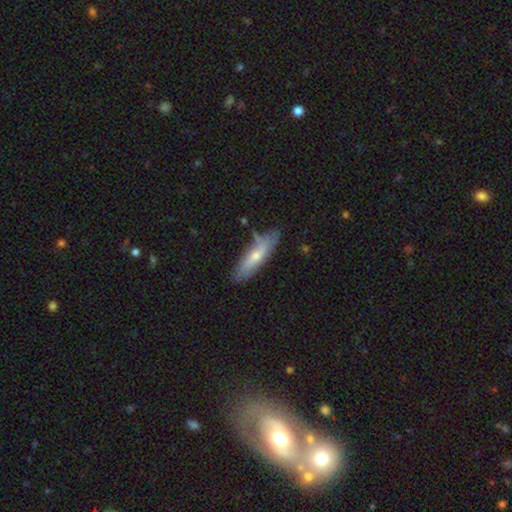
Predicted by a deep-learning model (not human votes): smooth 57%, featured or disk 37%, star or artifact 6%. Down the decision tree: how rounded — cigar-shaped (62%); merging — none (71%).